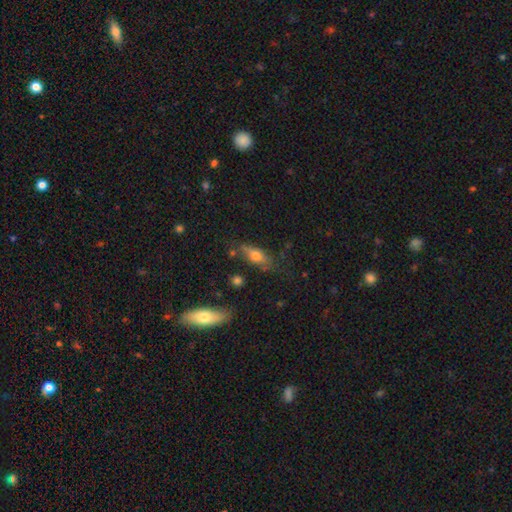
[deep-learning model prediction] Q: Smooth or featured?
A: smooth (63%); runner-up: featured or disk (28%)
Q: How rounded?
A: in between (66%); runner-up: cigar-shaped (28%)
Q: Merging?
A: none (62%); runner-up: minor disturbance (23%)